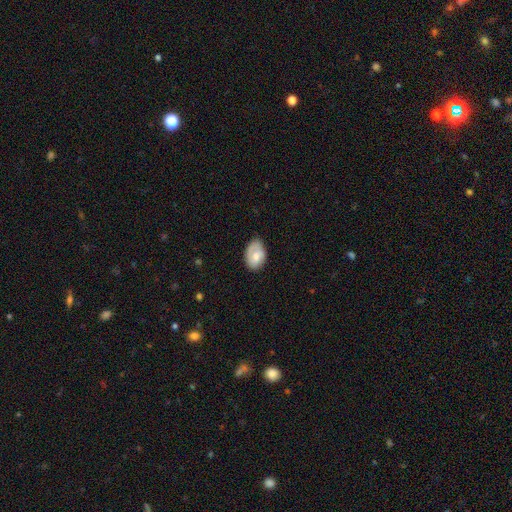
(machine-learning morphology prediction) Overall: smooth (62%; featured or disk 31%). How rounded: in between (87%). Merging: none (64%; minor disturbance 28%).